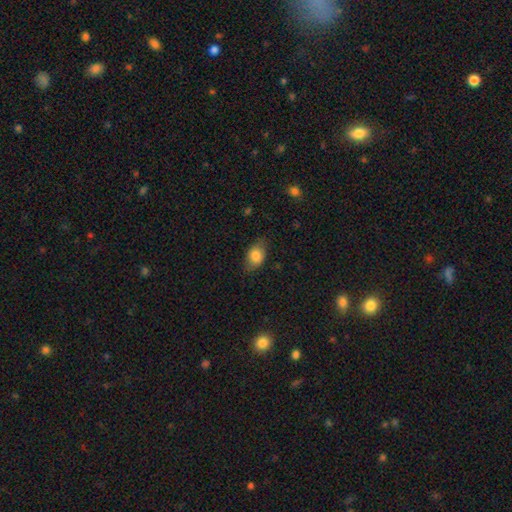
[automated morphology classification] type=smooth (82%); roundness=in between (80%); merging=none (75%).